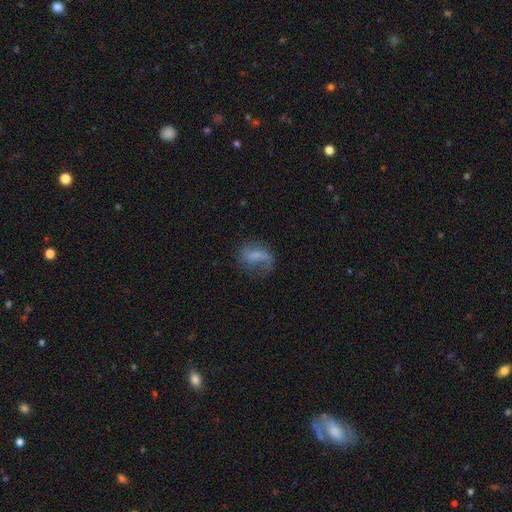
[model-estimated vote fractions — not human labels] This is possibly a featured or disk galaxy (50%). It is clearly not viewed edge-on (96%). Merging: marginally none (45%).